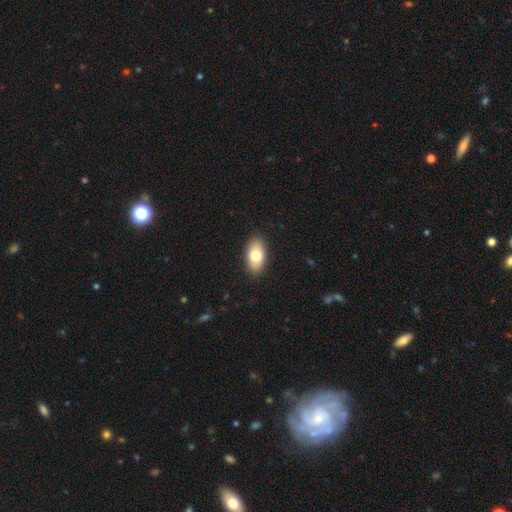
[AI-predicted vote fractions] Smooth or featured: smooth — 78% (featured or disk — 15%)
How rounded: in between — 92% (round — 5%)
Merging: none — 88% (minor disturbance — 9%)